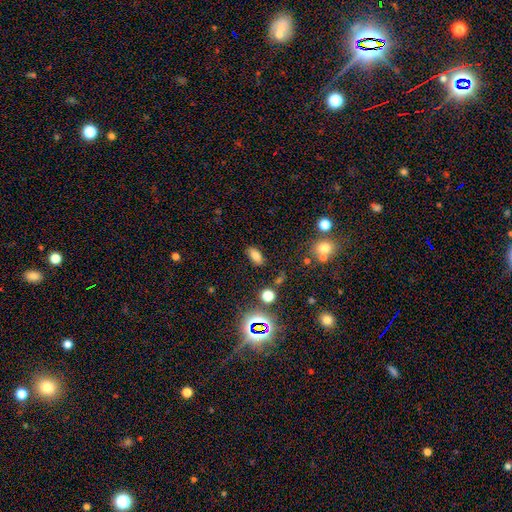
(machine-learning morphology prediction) Overall: smooth (74%). How rounded: in between (88%). Merging: none (83%).